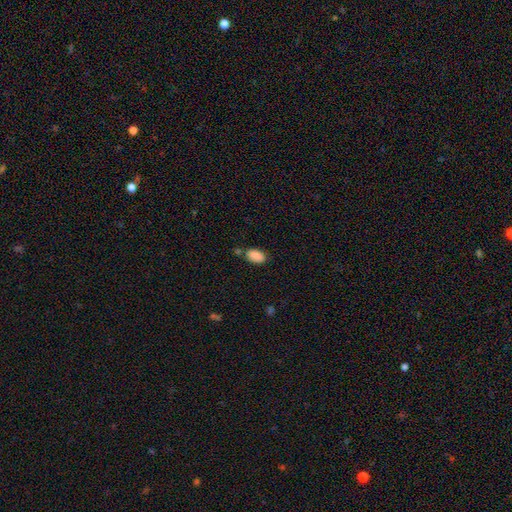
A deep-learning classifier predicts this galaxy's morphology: type=smooth (89%); roundness=in between (93%); merging=none (69%).